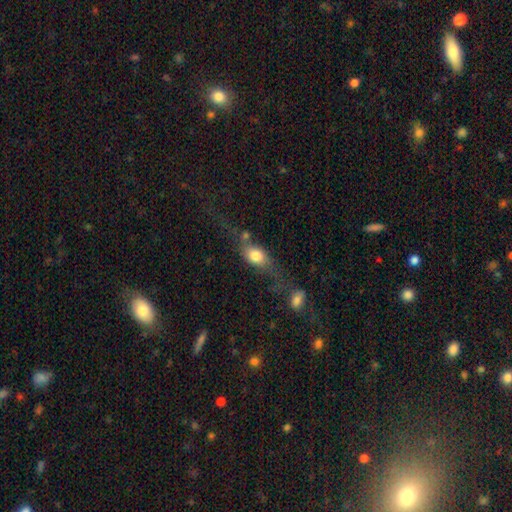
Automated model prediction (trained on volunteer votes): A smooth galaxy with no disk features (69%) that is in between round and cigar-shaped (71%).

Vote fractions:
- Smooth or featured? smooth: 69% / featured or disk: 23% / star or artifact: 8%
- How rounded? in between: 71% / round: 20% / cigar-shaped: 8%
- Merging? none: 39% / major disturbance: 22% / minor disturbance: 20% / merger: 19%